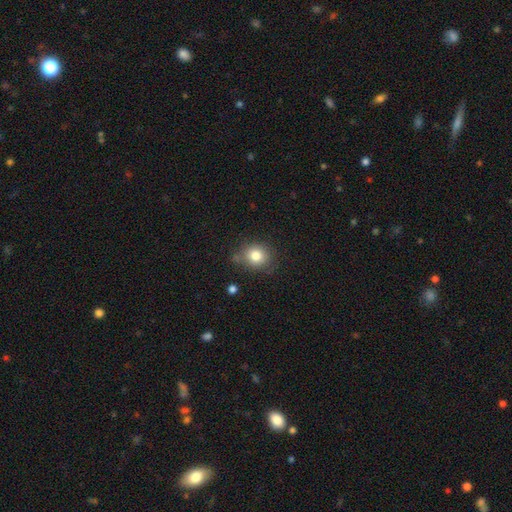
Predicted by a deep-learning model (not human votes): Morphology: type=smooth (81%); roundness=round (76%); merging=none (72%).